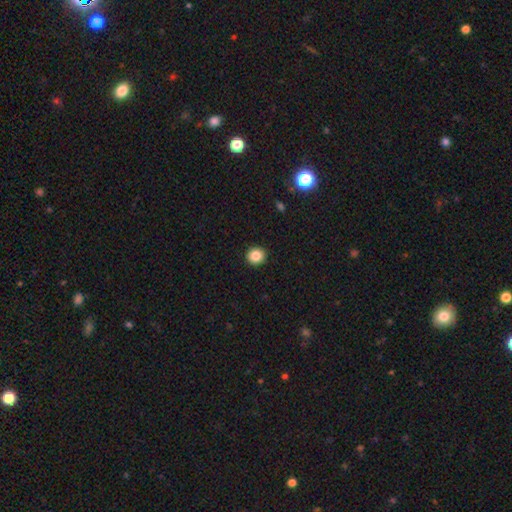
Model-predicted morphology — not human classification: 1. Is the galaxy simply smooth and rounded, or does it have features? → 86% smooth, 10% star or artifact, 4% featured or disk.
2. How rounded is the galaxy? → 90% round, 9% in between, 1% cigar-shaped.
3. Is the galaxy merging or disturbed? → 93% none, 5% minor disturbance, 1% major disturbance, 1% merger.